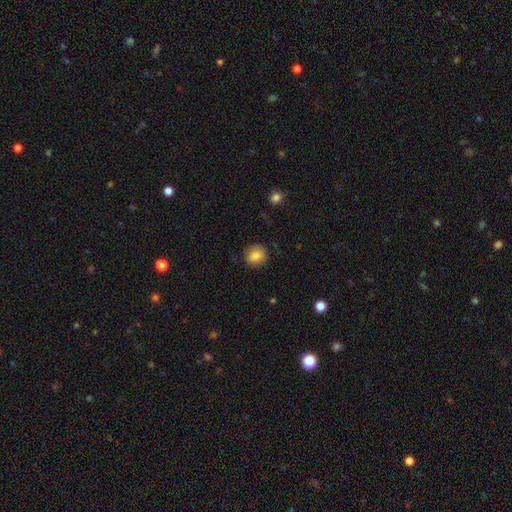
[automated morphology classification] Smooth or featured?
  - smooth: 84% *
  - star or artifact: 9%
  - featured or disk: 8%
How rounded?
  - round: 79% *
  - in between: 20%
  - cigar-shaped: 1%
Merging?
  - none: 83% *
  - minor disturbance: 13%
  - major disturbance: 3%
  - merger: 1%